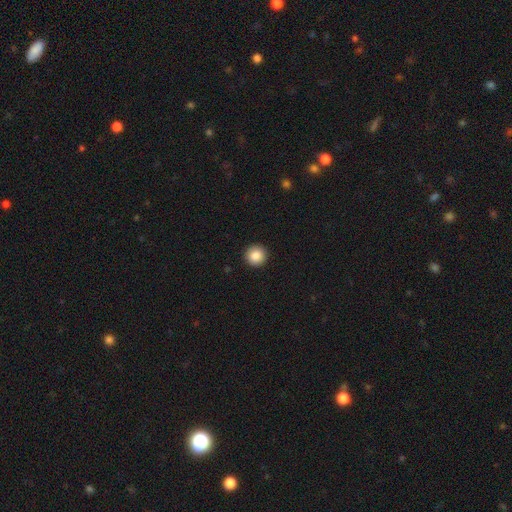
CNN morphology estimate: A smooth galaxy with no disk features (87%) that is round (96%).

Vote fractions:
- Smooth or featured? smooth: 87% / star or artifact: 9% / featured or disk: 4%
- How rounded? round: 96% / in between: 3% / cigar-shaped: 1%
- Merging? none: 93% / minor disturbance: 4% / major disturbance: 1% / merger: 1%